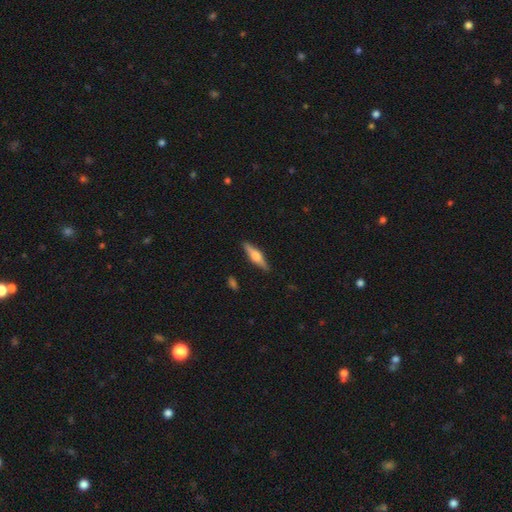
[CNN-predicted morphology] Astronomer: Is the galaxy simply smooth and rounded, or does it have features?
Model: featured or disk — 60%.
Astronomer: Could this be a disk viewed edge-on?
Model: yes — 96%.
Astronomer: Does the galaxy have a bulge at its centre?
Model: rounded — 89%.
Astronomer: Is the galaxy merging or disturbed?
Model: none — 89%.